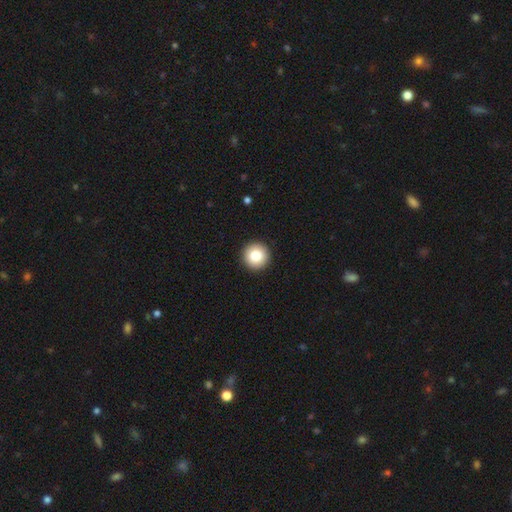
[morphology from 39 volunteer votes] This is clearly a smooth galaxy (92%). How rounded: clearly round (100%). Merging: clearly none (92%).